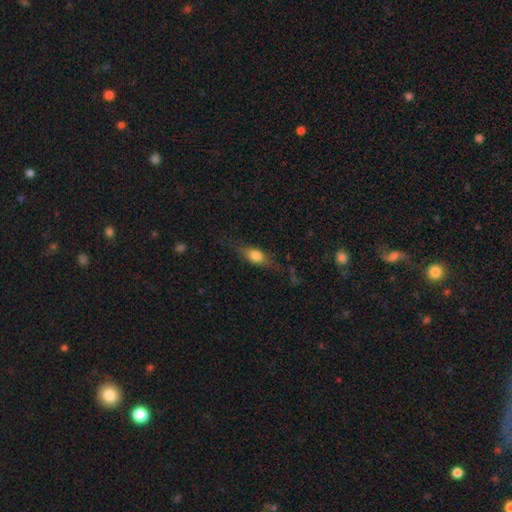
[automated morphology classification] A smooth galaxy with no disk features (59%) that is in between round and cigar-shaped (59%). Merging: none (69%).